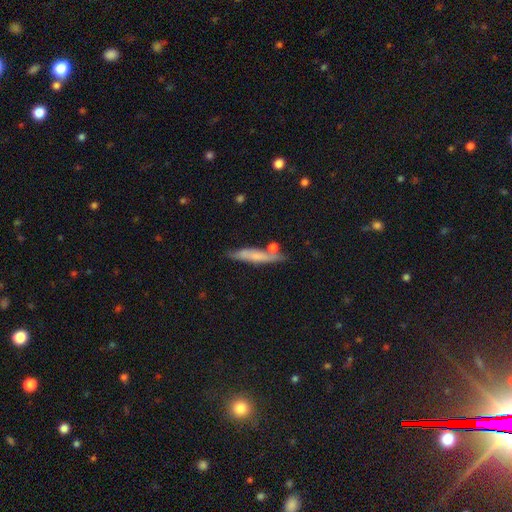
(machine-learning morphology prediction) This is possibly a smooth galaxy (56%). How rounded: clearly cigar-shaped (89%). Merging: likely none (71%).